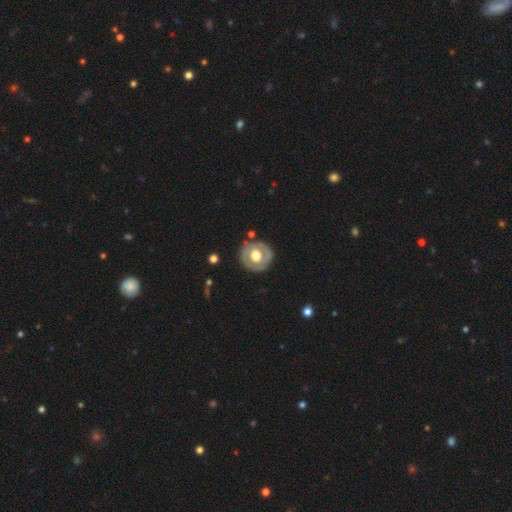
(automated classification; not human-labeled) Smooth or featured?
  - featured or disk: 57% *
  - smooth: 38%
  - star or artifact: 5%
Edge-on disk?
  - no: 95% *
  - yes: 5%
Bar?
  - no: 81% *
  - weak: 14%
  - strong: 4%
Spiral arms?
  - no: 78% *
  - yes: 22%
Bulge size?
  - moderate: 48% *
  - large: 46%
  - dominant: 3%
  - small: 2%
  - none: 1%
Merging?
  - none: 80% *
  - minor disturbance: 13%
  - major disturbance: 4%
  - merger: 3%